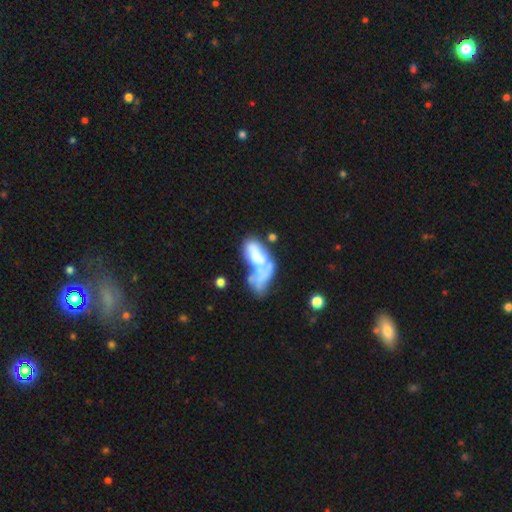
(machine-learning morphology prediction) This is possibly a smooth galaxy (46%). Merging: marginally merger (44%).